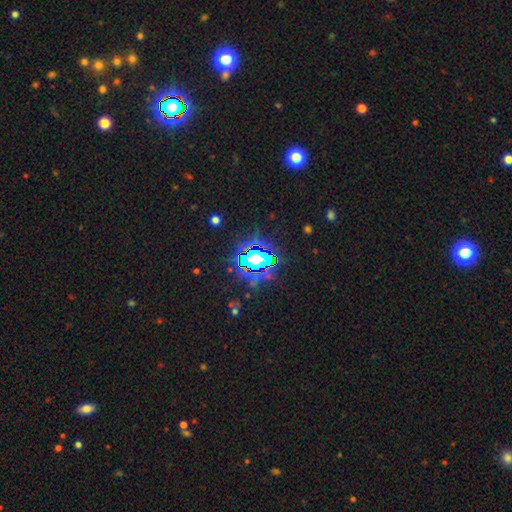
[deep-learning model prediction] smooth-or-featured: star or artifact: 67% | smooth: 21% | featured or disk: 12%